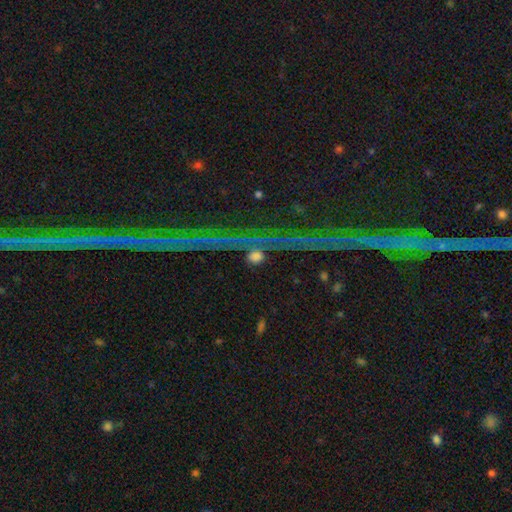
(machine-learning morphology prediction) The model was most divided on "smooth or featured": star or artifact: 50%, smooth: 34%, featured or disk: 17%.